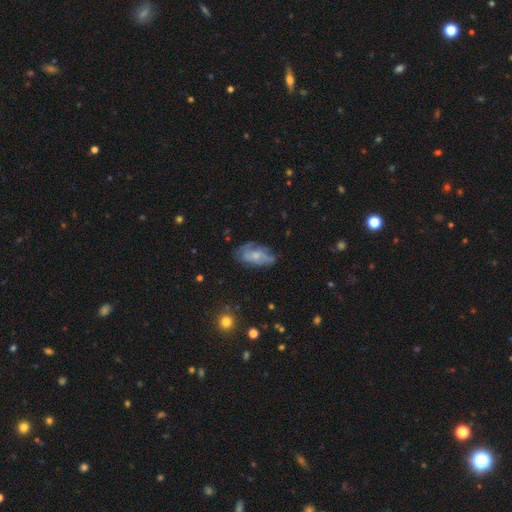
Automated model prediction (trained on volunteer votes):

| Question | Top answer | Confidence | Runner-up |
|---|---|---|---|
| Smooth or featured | featured or disk | 49% | smooth (43%) |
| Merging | none | 56% | minor disturbance (28%) |